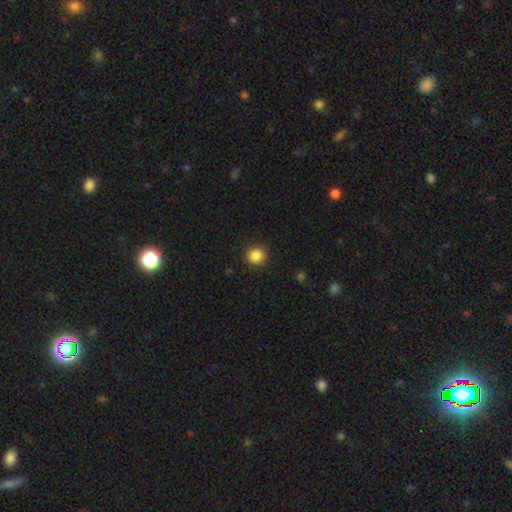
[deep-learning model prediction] Morphology: type=smooth (86%); roundness=round (90%); merging=none (87%).